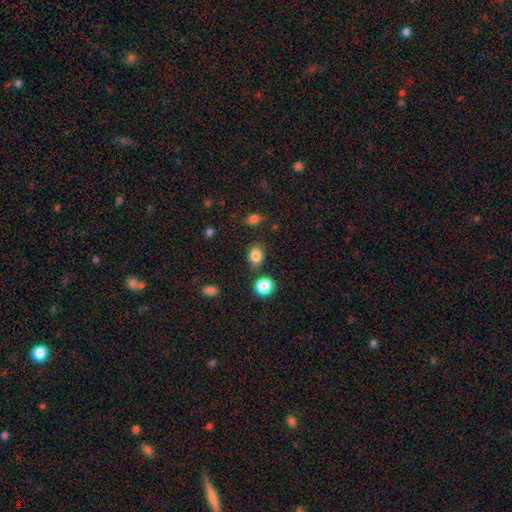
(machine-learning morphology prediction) smooth-or-featured: smooth: 84% | star or artifact: 11% | featured or disk: 5%
  how-rounded: in between: 54% | round: 45% | cigar-shaped: 1%
  merging: none: 76% | minor disturbance: 14% | merger: 7% | major disturbance: 4%